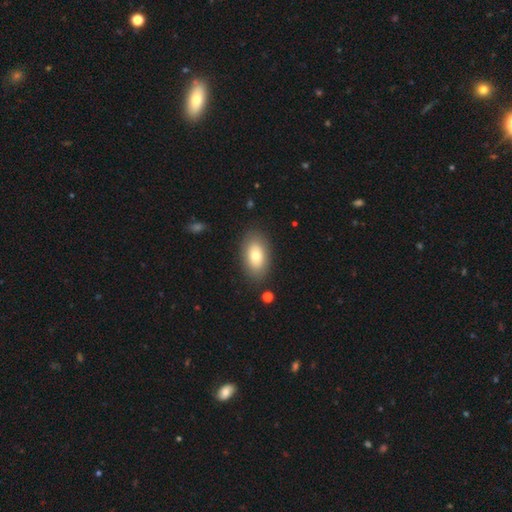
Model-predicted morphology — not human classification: This is likely a smooth galaxy (74%). How rounded: clearly in between (92%). Merging: clearly none (84%).